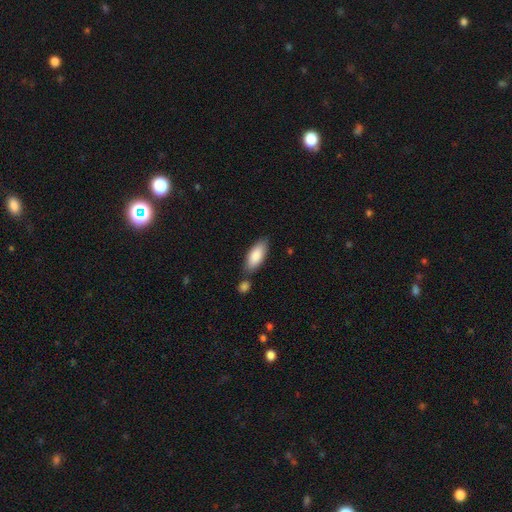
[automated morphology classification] This is clearly a smooth galaxy (86%). How rounded: clearly in between (81%). Merging: likely none (70%).